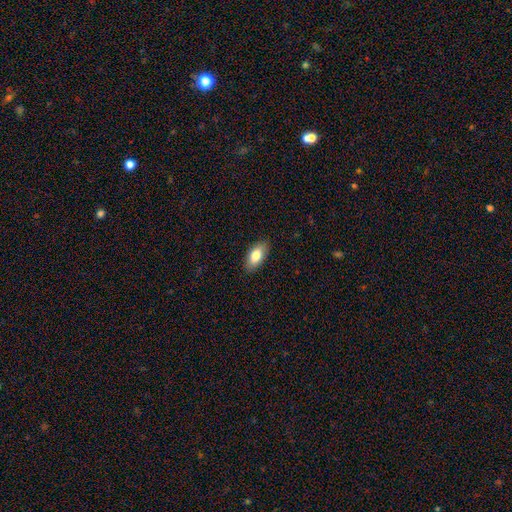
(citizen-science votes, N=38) This appears to be a smooth galaxy with no disk features (84%) that is in between round and cigar-shaped (97%). Merging: none (83%).